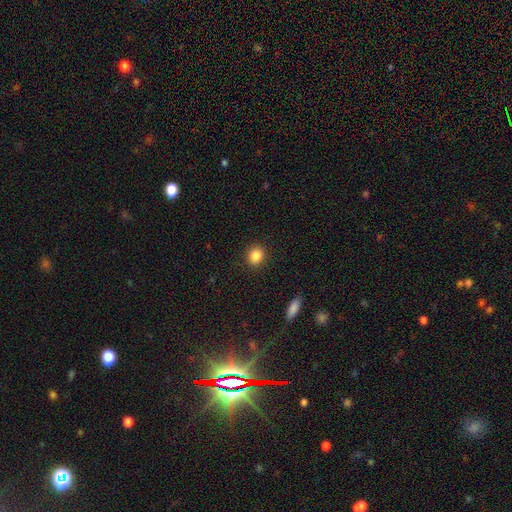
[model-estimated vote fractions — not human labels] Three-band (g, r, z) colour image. It shows a smooth galaxy with no disk features (86%) that is round (72%). Merging: none (90%).